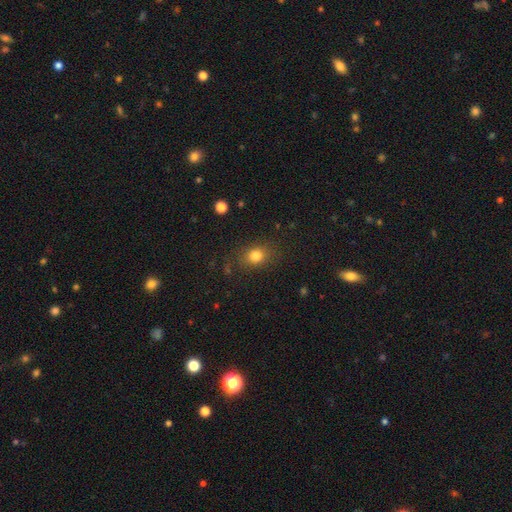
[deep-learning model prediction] smooth-or-featured: smooth: 80% | star or artifact: 12% | featured or disk: 7%
  how-rounded: in between: 50% | round: 48% | cigar-shaped: 1%
  merging: none: 81% | minor disturbance: 12% | major disturbance: 5% | merger: 1%